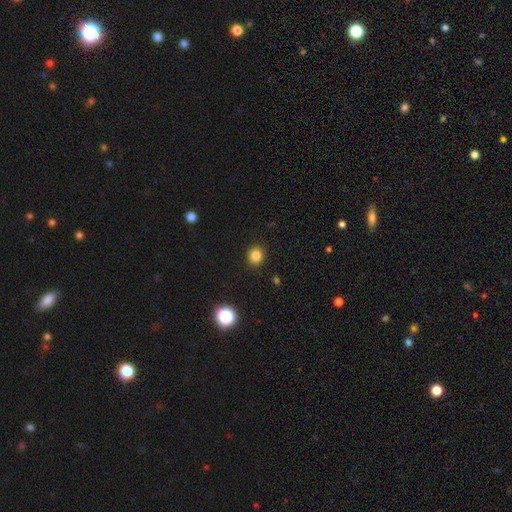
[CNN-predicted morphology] Smooth or featured?
  - smooth: 83% *
  - star or artifact: 12%
  - featured or disk: 4%
How rounded?
  - round: 83% *
  - in between: 16%
  - cigar-shaped: 1%
Merging?
  - none: 91% *
  - minor disturbance: 6%
  - major disturbance: 2%
  - merger: 1%